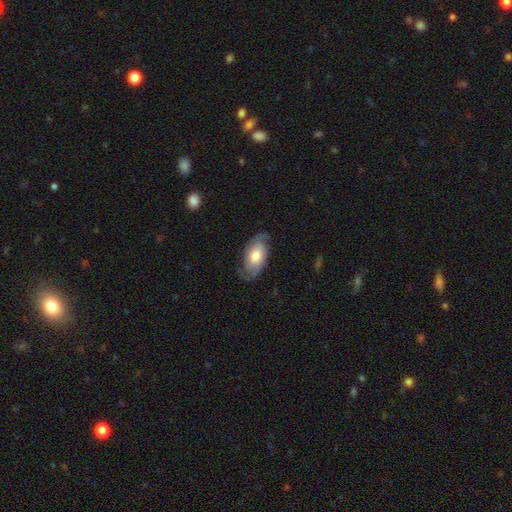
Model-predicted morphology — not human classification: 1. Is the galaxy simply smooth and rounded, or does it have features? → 61% featured or disk, 33% smooth, 6% star or artifact.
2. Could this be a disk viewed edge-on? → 93% no, 7% yes.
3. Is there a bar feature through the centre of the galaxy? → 72% no, 23% weak, 6% strong.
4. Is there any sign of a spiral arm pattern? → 86% yes, 14% no.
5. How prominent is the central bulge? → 60% moderate, 21% large, 14% small, 2% dominant, 2% none.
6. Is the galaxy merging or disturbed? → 72% none, 19% minor disturbance, 8% major disturbance, 1% merger.